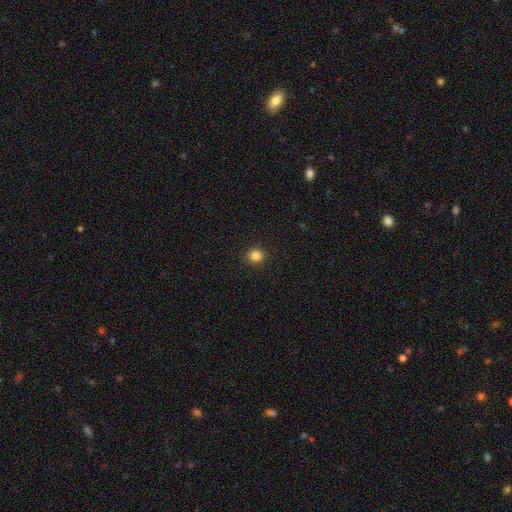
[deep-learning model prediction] Q: Smooth or featured?
A: smooth (84%); runner-up: star or artifact (12%)
Q: How rounded?
A: round (91%); runner-up: in between (8%)
Q: Merging?
A: none (92%); runner-up: minor disturbance (5%)